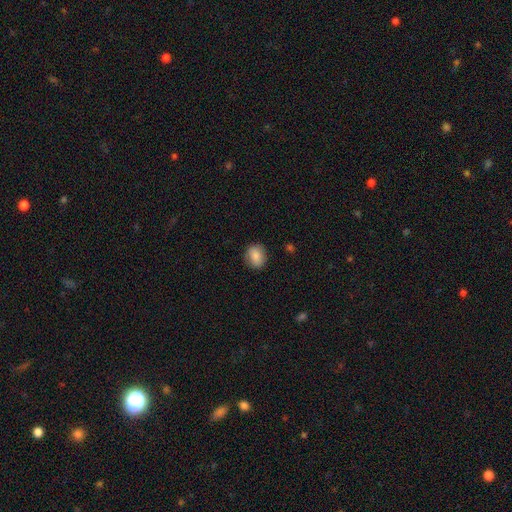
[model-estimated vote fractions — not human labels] The model was most divided on "how rounded": round: 64%, in between: 34%, cigar-shaped: 1%. More confident: smooth or featured — smooth (84%); merging — none (83%).